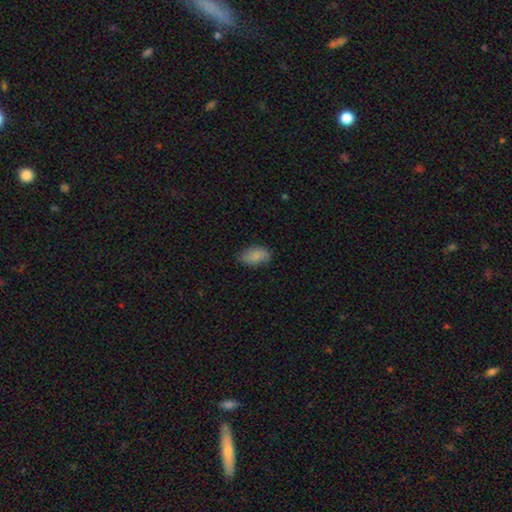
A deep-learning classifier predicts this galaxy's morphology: A smooth galaxy with no disk features (84%) that is in between round and cigar-shaped (92%). Merging: none (75%).